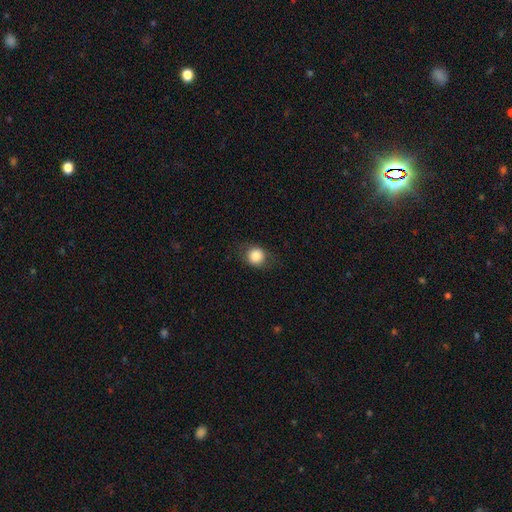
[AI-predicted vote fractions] A smooth galaxy with no disk features (82%) that is round (79%).

Vote fractions:
- Smooth or featured? smooth: 82% / star or artifact: 10% / featured or disk: 8%
- How rounded? round: 79% / in between: 20% / cigar-shaped: 1%
- Merging? none: 81% / minor disturbance: 14% / major disturbance: 5% / merger: 1%